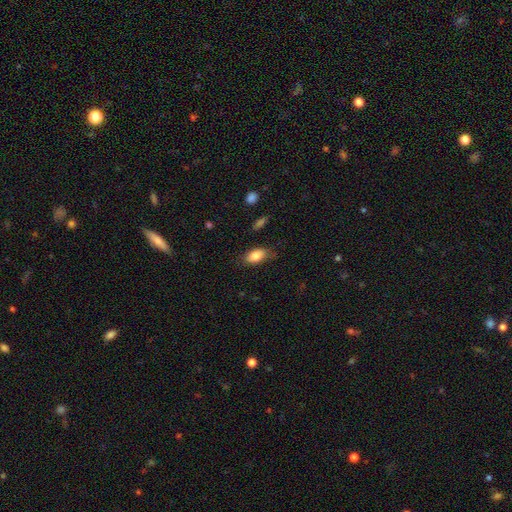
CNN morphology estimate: A smooth galaxy with no disk features (84%) that is in between round and cigar-shaped (89%). Merging: none (75%).